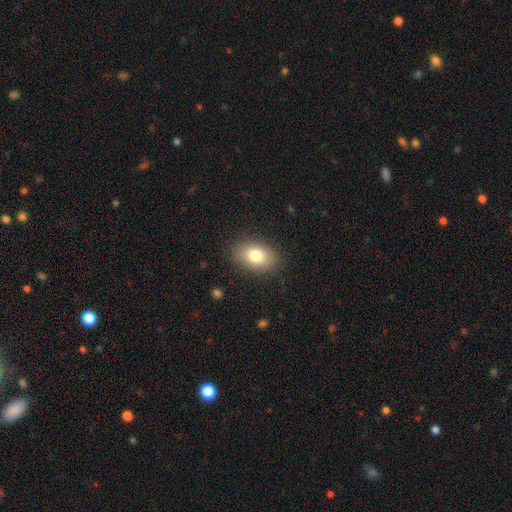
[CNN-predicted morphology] A smooth galaxy with no disk features (80%) that is in between round and cigar-shaped (83%). Merging: none (86%).